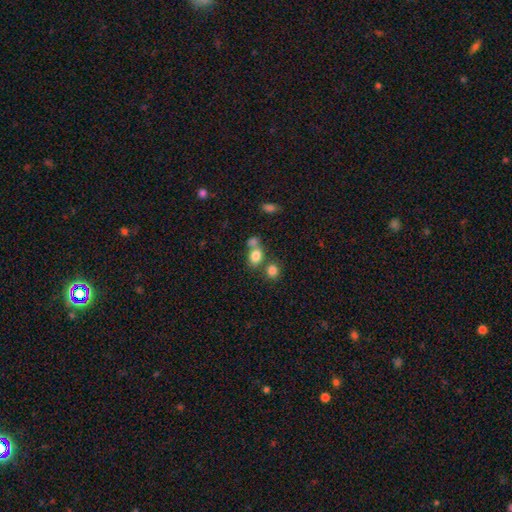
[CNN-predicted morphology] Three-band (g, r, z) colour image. It shows a smooth galaxy with no disk features (80%) that is in between round and cigar-shaped (52%). Merging: none (46%).